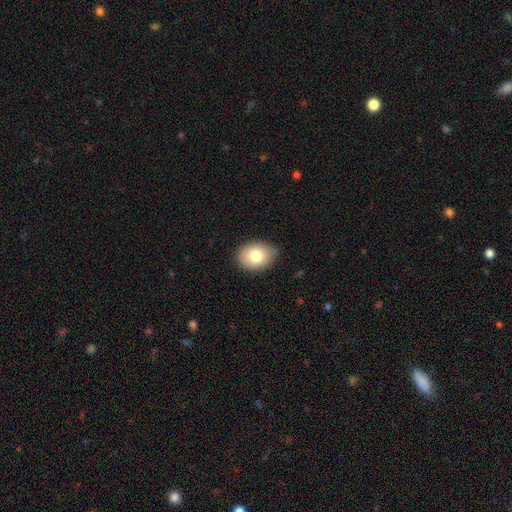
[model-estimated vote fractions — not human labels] Morphology: type=smooth (79%); roundness=in between (66%); merging=none (81%).